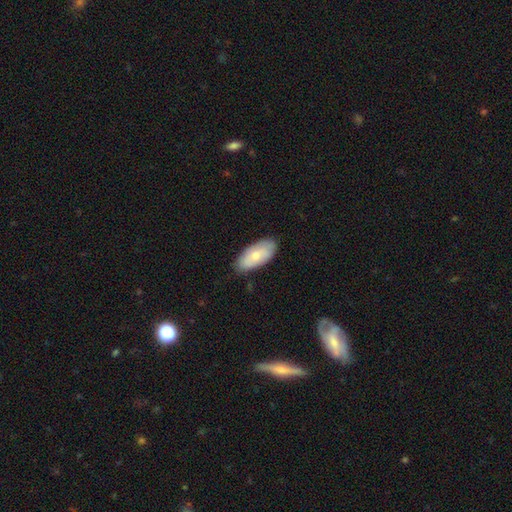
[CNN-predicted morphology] Smooth or featured? Predicted: smooth (p=0.70). How rounded? Predicted: in between (p=0.91). Merging? Predicted: none (p=0.81).